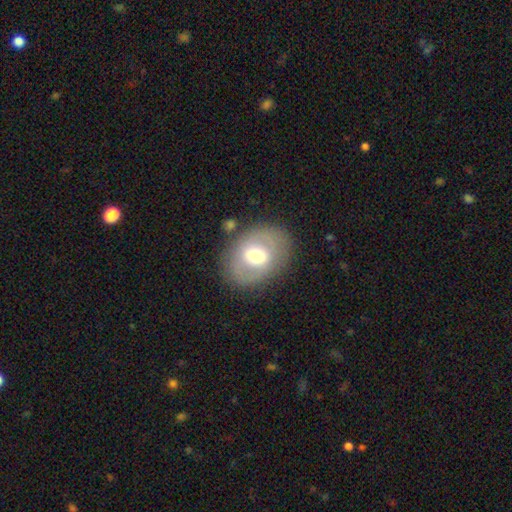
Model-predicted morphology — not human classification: smooth_or_featured: smooth (p=0.50) [alt: featured or disk p=0.42]
how_rounded: in between (p=0.64) [alt: round p=0.35]
merging: none (p=0.79) [alt: minor disturbance p=0.13]